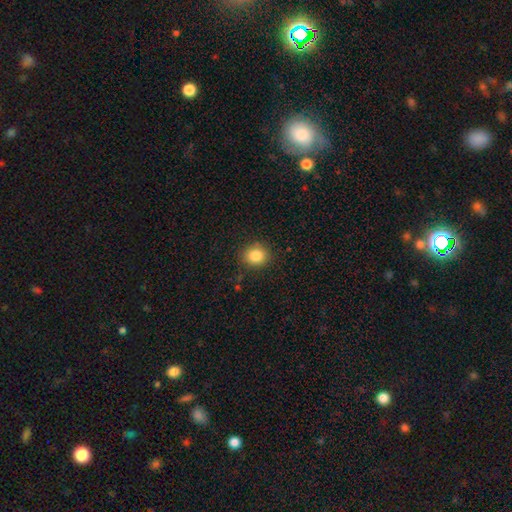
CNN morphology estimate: This is clearly a smooth galaxy (84%). How rounded: likely round (75%). Merging: clearly none (86%).